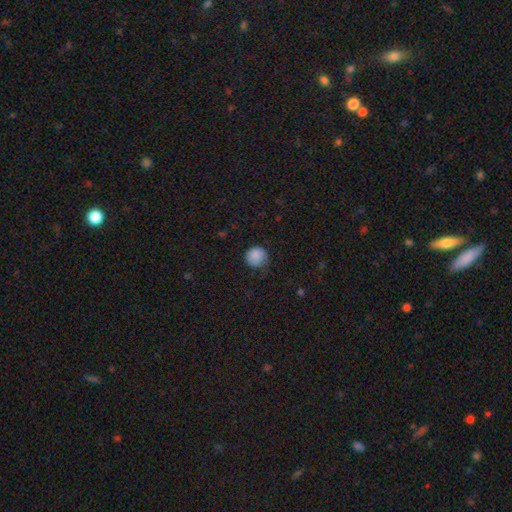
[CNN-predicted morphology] A smooth galaxy with no disk features (87%) that is round (93%). Merging: none (71%).